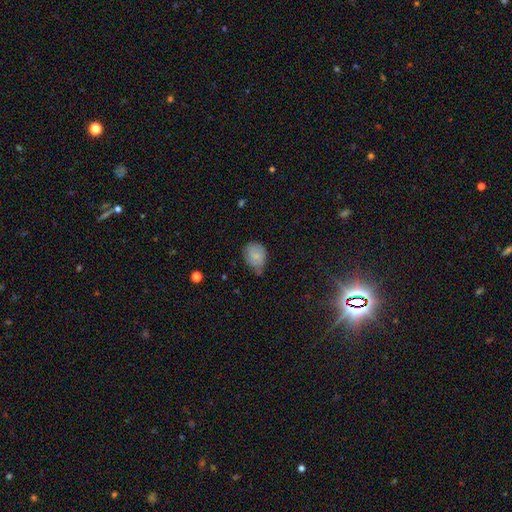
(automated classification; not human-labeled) This appears to be a smooth galaxy with no disk features (76%) that is in between round and cigar-shaped (55%). Merging: minor disturbance (44%).